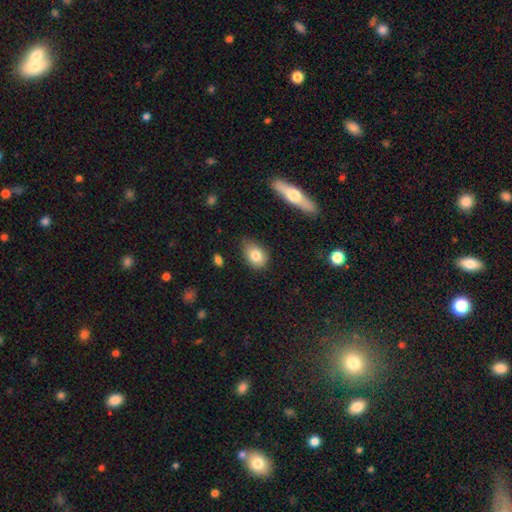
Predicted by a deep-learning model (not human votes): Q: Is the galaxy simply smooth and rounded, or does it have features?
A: smooth — 80%.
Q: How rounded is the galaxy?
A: in between — 72%.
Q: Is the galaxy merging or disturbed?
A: none — 65%.